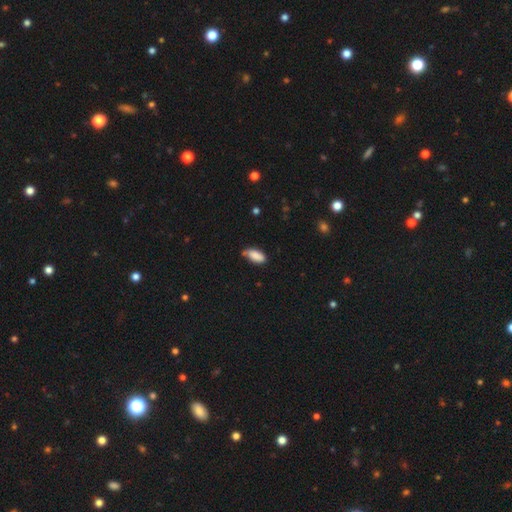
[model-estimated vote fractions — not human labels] smooth 87%, star or artifact 7%, featured or disk 6%. Down the decision tree: how rounded — in between (88%); merging — none (58%).